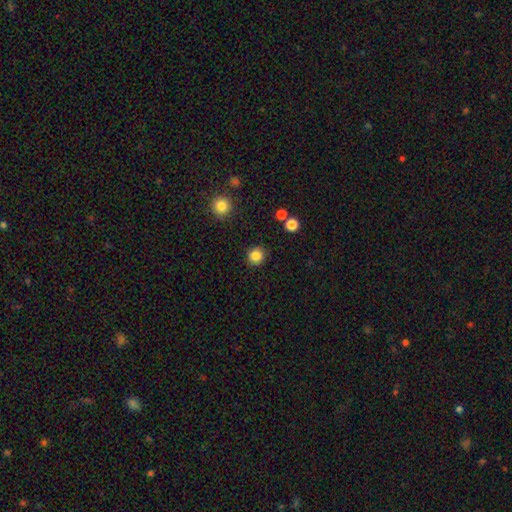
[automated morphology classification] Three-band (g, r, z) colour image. It shows a smooth galaxy with no disk features (85%) that is round (91%). Merging: none (90%).